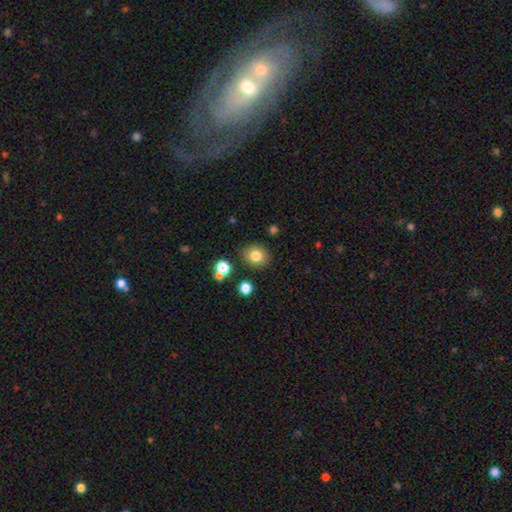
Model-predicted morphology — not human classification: Smooth or featured? smooth (80%)
How rounded? round (57%)
Merging? none (82%)